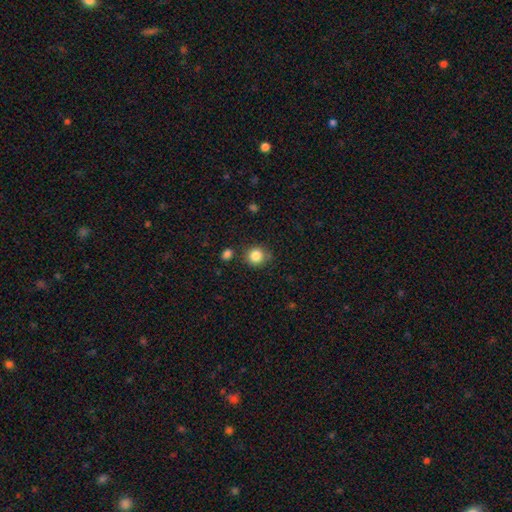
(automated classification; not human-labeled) Q: Smooth or featured?
A: smooth (85%); runner-up: star or artifact (10%)
Q: How rounded?
A: round (88%); runner-up: in between (11%)
Q: Merging?
A: none (79%); runner-up: minor disturbance (12%)